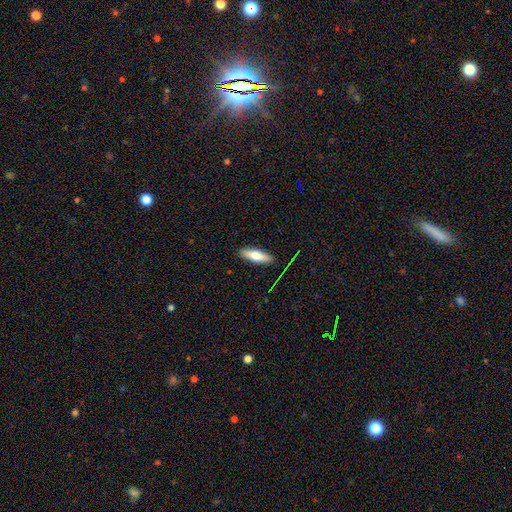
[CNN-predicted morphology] Smooth or featured: smooth — 66% (featured or disk — 27%)
How rounded: cigar-shaped — 53% (in between — 45%)
Merging: none — 88% (minor disturbance — 9%)